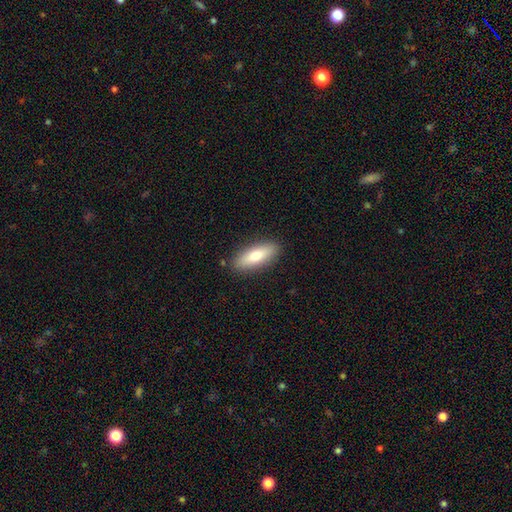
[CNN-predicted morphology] Overall: smooth (73%). How rounded: in between (58%; cigar-shaped 40%). Merging: none (88%).